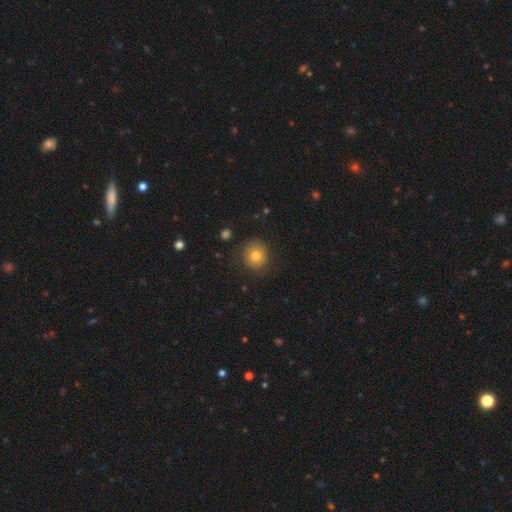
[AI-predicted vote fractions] Morphology: type=smooth (76%); roundness=round (88%); merging=none (81%).